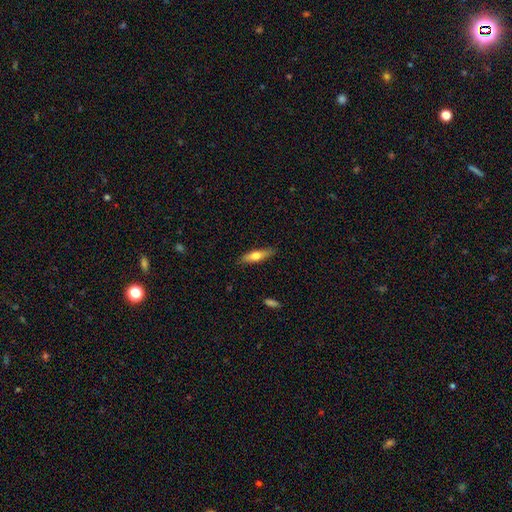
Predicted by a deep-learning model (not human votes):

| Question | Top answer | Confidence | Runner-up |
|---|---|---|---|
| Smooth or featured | smooth | 64% | featured or disk (30%) |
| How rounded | cigar-shaped | 65% | in between (33%) |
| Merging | none | 85% | minor disturbance (11%) |